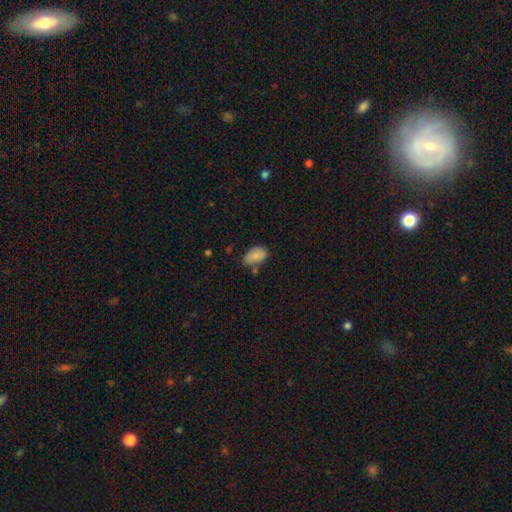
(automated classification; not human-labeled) Smooth or featured? Predicted: smooth (p=0.84). How rounded? Predicted: in between (p=0.91). Merging? Predicted: none (p=0.57).